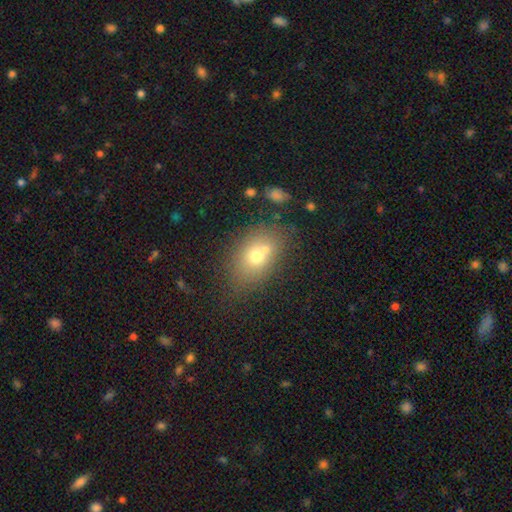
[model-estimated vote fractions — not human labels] This appears to be a smooth galaxy with no disk features (67%) that is in between round and cigar-shaped (73%). Merging: none (51%).